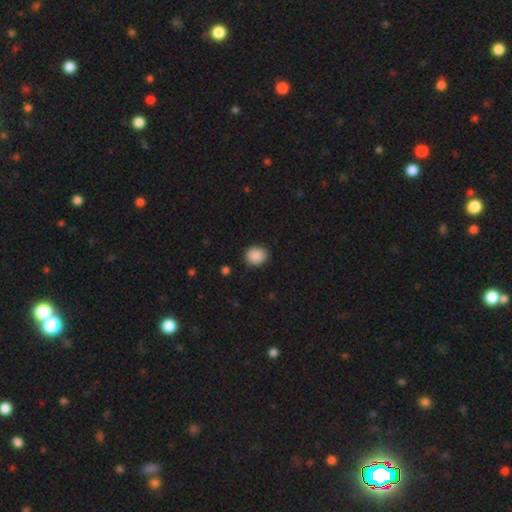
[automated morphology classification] type=smooth (89%); roundness=round (66%); merging=none (86%).